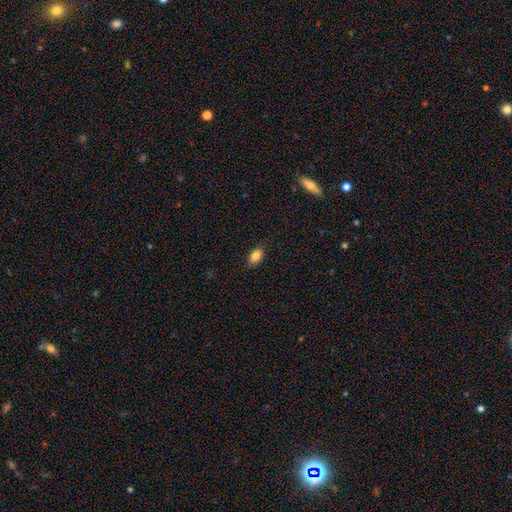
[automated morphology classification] Smooth or featured? Predicted: smooth (p=0.85). How rounded? Predicted: in between (p=0.88). Merging? Predicted: none (p=0.84).